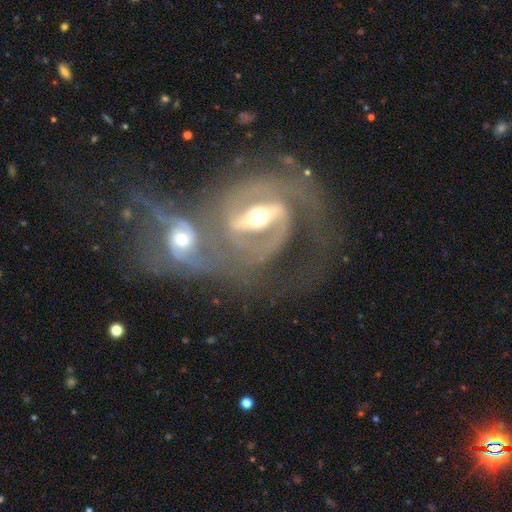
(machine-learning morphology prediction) A featured or disk galaxy (89%) with a strong bar (48%), 2 (63%) tight (50%) spiral arms (93%) and a moderate central bulge (60%). Merging: merger (69%).